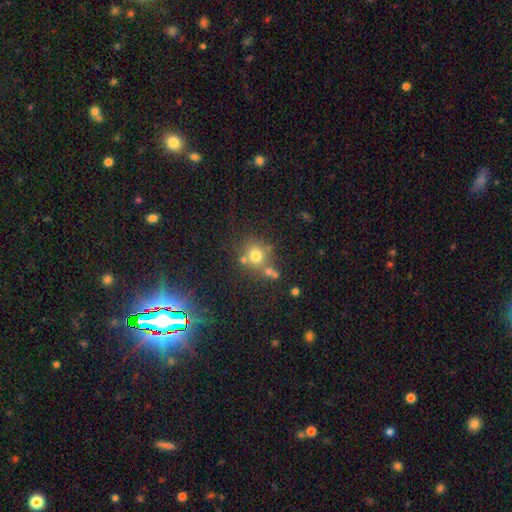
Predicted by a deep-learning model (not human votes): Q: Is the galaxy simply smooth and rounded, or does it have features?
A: smooth — 70%.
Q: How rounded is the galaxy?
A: round — 86%.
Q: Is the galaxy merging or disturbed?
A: none — 62%.